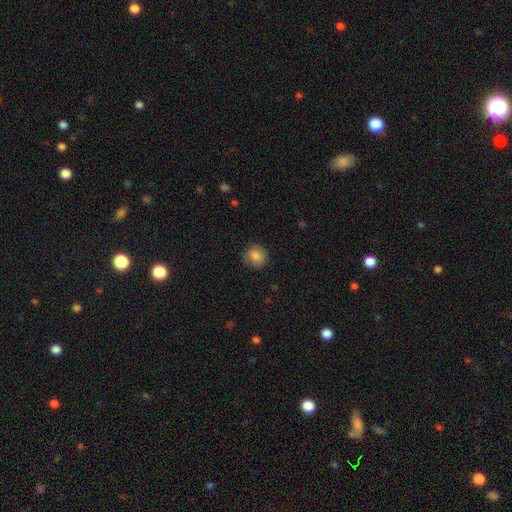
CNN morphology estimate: Q: Smooth or featured?
A: smooth (80%); runner-up: featured or disk (11%)
Q: How rounded?
A: round (88%); runner-up: in between (11%)
Q: Merging?
A: none (79%); runner-up: minor disturbance (16%)